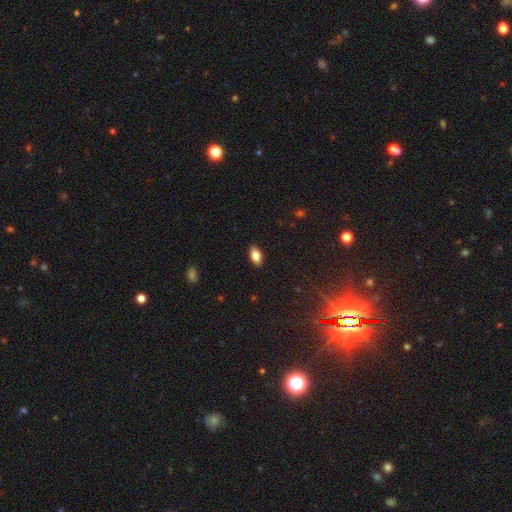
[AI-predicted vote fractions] smooth 83%, featured or disk 9%, star or artifact 8%. Down the decision tree: how rounded — in between (92%); merging — none (89%).